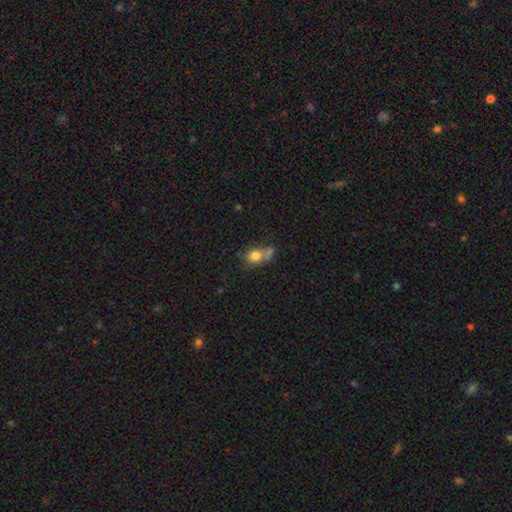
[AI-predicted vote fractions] smooth-or-featured: smooth: 76% | featured or disk: 14% | star or artifact: 10%
  how-rounded: in between: 54% | round: 43% | cigar-shaped: 2%
  merging: merger: 39% | none: 35% | minor disturbance: 17% | major disturbance: 9%